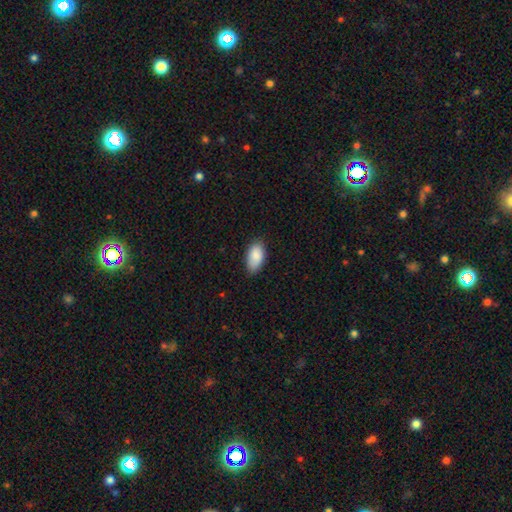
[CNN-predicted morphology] smooth_or_featured: smooth (p=0.89) [alt: star or artifact p=0.06]
how_rounded: in between (p=0.94) [alt: round p=0.03]
merging: none (p=0.78) [alt: minor disturbance p=0.18]